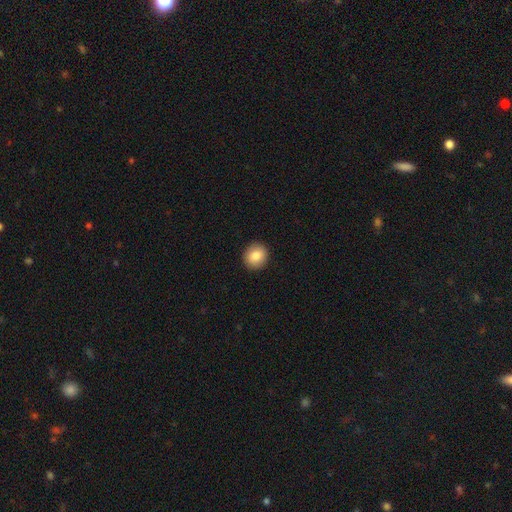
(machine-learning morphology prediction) Smooth or featured? Predicted: smooth (p=0.85). How rounded? Predicted: round (p=0.82). Merging? Predicted: none (p=0.92).